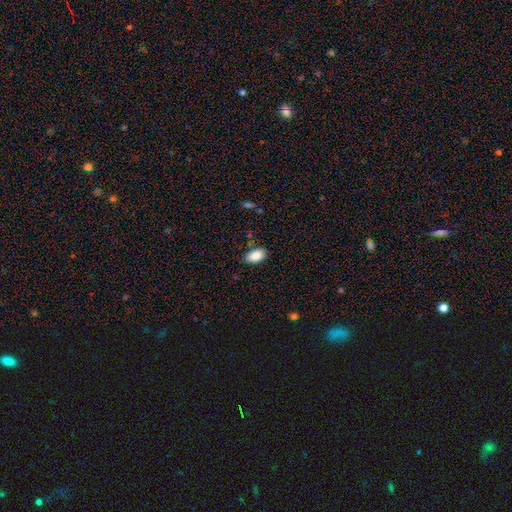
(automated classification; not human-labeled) A smooth galaxy with no disk features (88%) that is in between round and cigar-shaped (93%).

Vote fractions:
- Smooth or featured? smooth: 88% / star or artifact: 7% / featured or disk: 5%
- How rounded? in between: 93% / round: 5% / cigar-shaped: 2%
- Merging? none: 83% / minor disturbance: 12% / major disturbance: 3% / merger: 2%